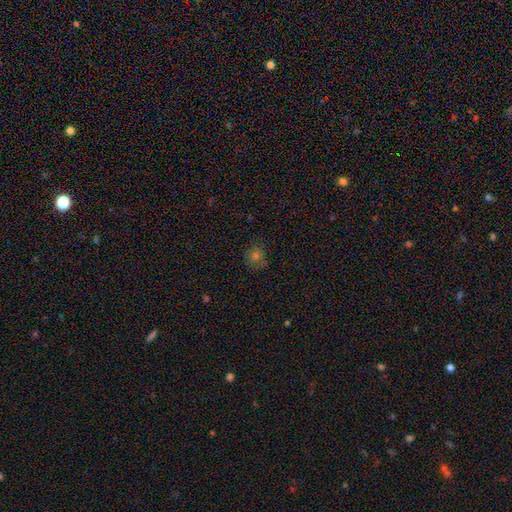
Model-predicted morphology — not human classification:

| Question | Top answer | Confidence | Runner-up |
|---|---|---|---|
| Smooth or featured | smooth | 60% | star or artifact (27%) |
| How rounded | round | 84% | in between (15%) |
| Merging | none | 80% | minor disturbance (13%) |